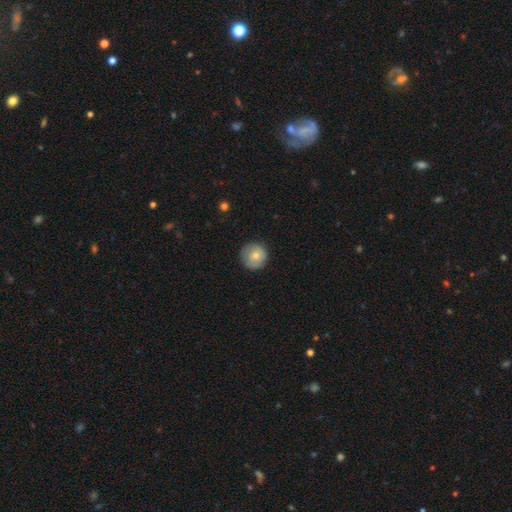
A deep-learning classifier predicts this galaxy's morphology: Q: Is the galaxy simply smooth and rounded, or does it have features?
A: smooth — 73%.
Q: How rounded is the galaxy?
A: round — 93%.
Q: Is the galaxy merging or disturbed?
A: none — 83%.